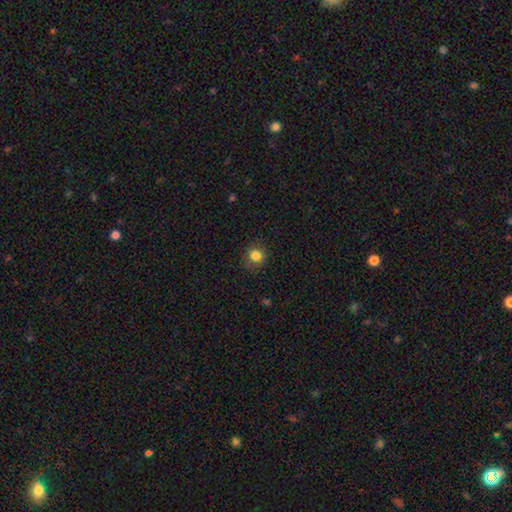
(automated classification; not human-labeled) smooth 83%, star or artifact 12%, featured or disk 5%. Down the decision tree: how rounded — round (86%); merging — none (85%).